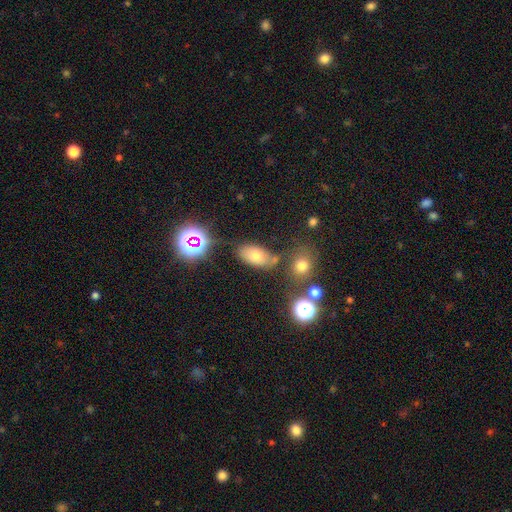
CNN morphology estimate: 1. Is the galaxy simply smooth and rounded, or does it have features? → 63% smooth, 20% star or artifact, 17% featured or disk.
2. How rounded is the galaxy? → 86% in between, 10% round, 4% cigar-shaped.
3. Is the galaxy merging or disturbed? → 73% none, 14% minor disturbance, 8% merger, 5% major disturbance.